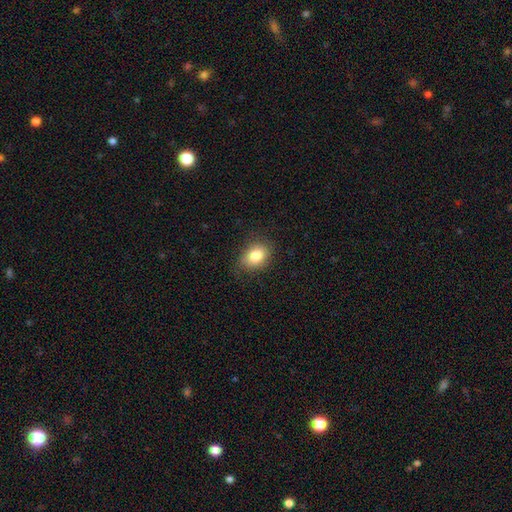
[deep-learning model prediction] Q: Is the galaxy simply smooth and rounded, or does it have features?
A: smooth — 82%.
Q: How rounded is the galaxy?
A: in between — 69%.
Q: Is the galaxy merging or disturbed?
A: none — 81%.